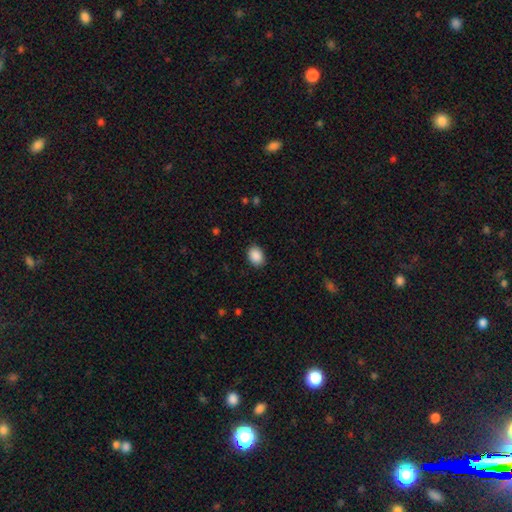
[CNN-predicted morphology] Smooth or featured? smooth (90%)
How rounded? in between (61%)
Merging? none (88%)